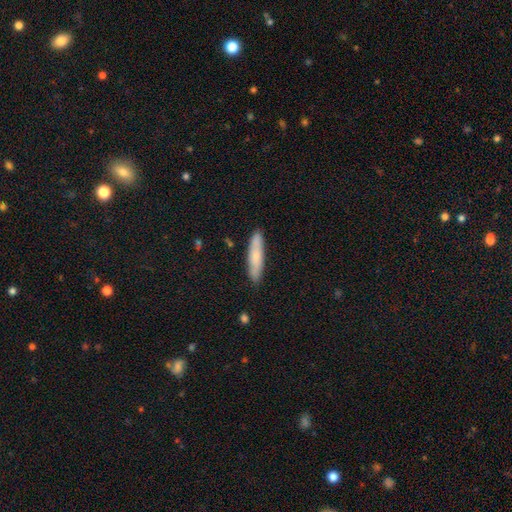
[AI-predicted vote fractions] smooth_or_featured: smooth (p=0.73) [alt: featured or disk p=0.21]
how_rounded: cigar-shaped (p=0.79) [alt: in between p=0.19]
merging: none (p=0.86) [alt: minor disturbance p=0.11]